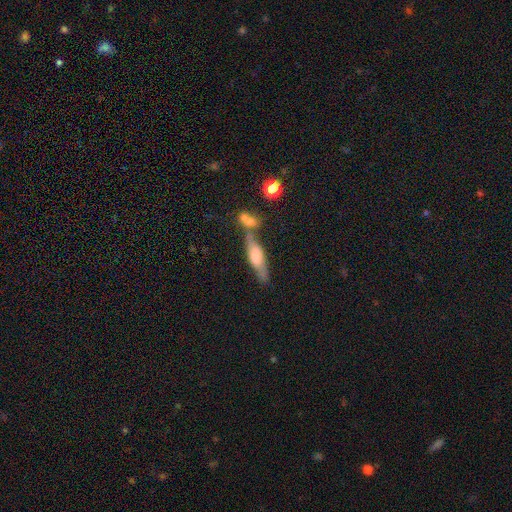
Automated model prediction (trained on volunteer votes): smooth-or-featured: featured or disk: 54% | smooth: 37% | star or artifact: 8%
  disk-edge-on: yes: 82% | no: 18%
  merging: none: 56% | merger: 22% | minor disturbance: 16% | major disturbance: 6%